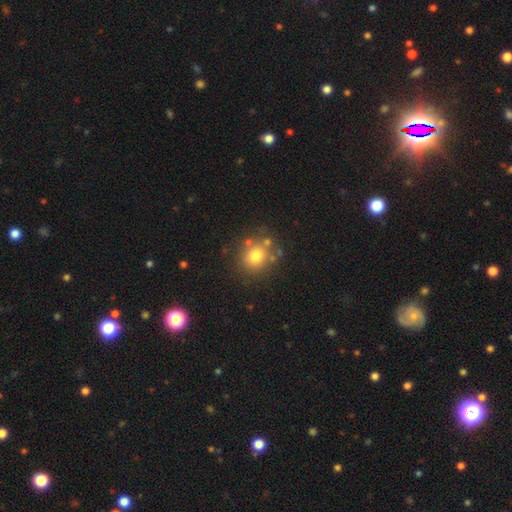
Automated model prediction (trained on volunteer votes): Smooth or featured: smooth — 75% (star or artifact — 13%)
How rounded: round — 78% (in between — 21%)
Merging: none — 74% (minor disturbance — 13%)